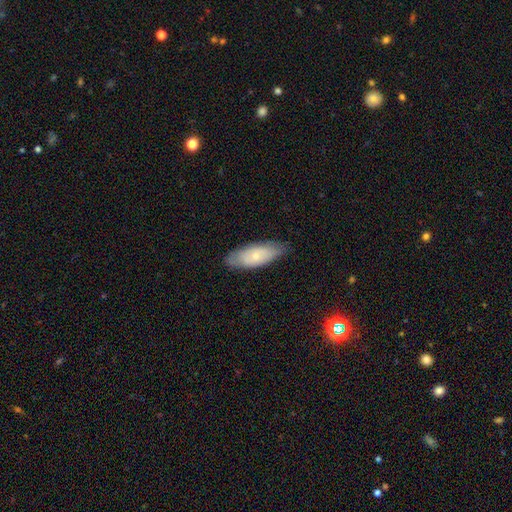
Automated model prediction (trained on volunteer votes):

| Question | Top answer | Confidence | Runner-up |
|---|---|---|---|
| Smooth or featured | smooth | 65% | featured or disk (29%) |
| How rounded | in between | 72% | cigar-shaped (26%) |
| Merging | none | 78% | minor disturbance (17%) |